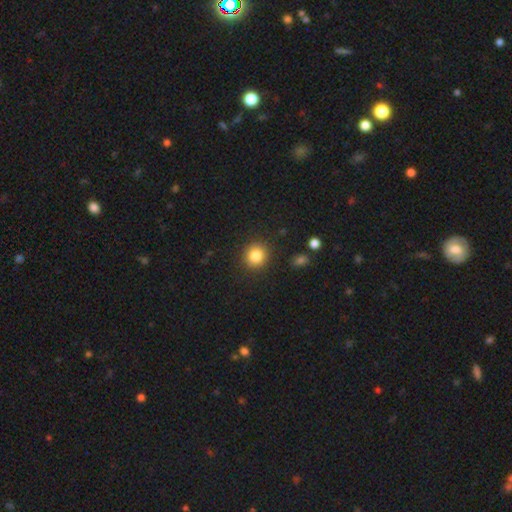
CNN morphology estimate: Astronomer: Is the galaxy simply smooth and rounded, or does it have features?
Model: smooth — 84%.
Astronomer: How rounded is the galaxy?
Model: round — 87%.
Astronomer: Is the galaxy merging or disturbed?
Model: none — 90%.